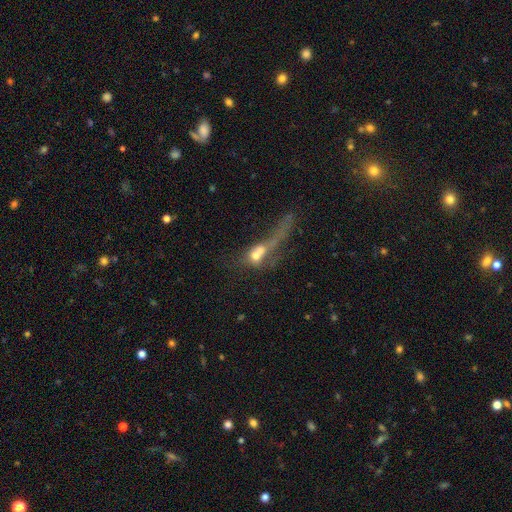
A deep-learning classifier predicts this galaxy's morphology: Smooth or featured? smooth (47%)
Merging? merger (53%)